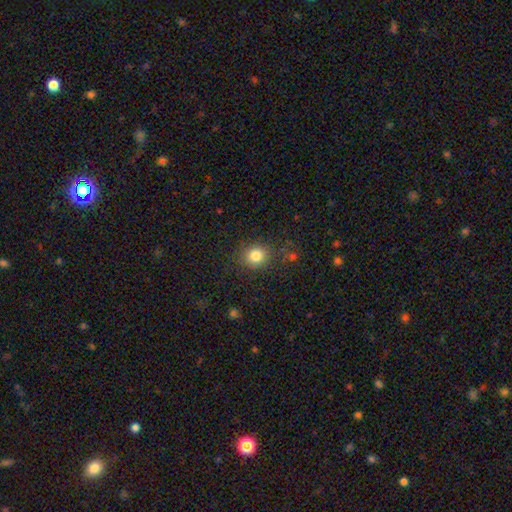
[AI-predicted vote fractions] This appears to be a smooth galaxy with no disk features (82%) that is round (79%). Merging: none (84%).